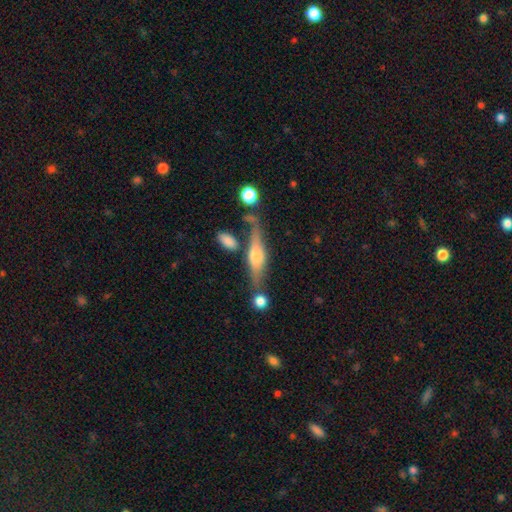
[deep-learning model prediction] smooth_or_featured: featured or disk (p=0.67) [alt: smooth p=0.26]
disk_edge_on: yes (p=0.93) [alt: no p=0.07]
edge_on_bulge: rounded (p=0.86) [alt: boxy p=0.10]
merging: none (p=0.69) [alt: minor disturbance p=0.15]